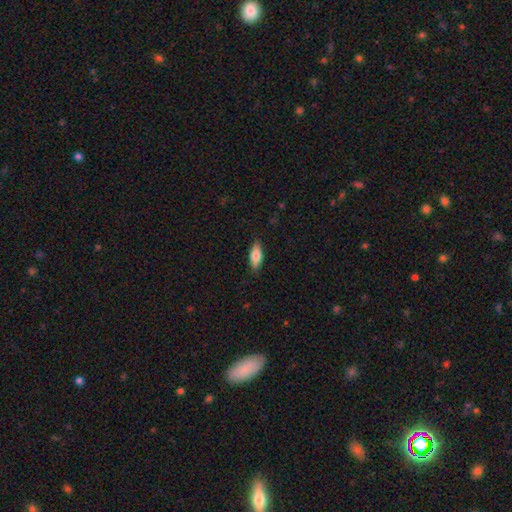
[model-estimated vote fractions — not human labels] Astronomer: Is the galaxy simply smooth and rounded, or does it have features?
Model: smooth — 76%.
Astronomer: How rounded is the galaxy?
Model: in between — 74%.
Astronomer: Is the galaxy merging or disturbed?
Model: none — 87%.